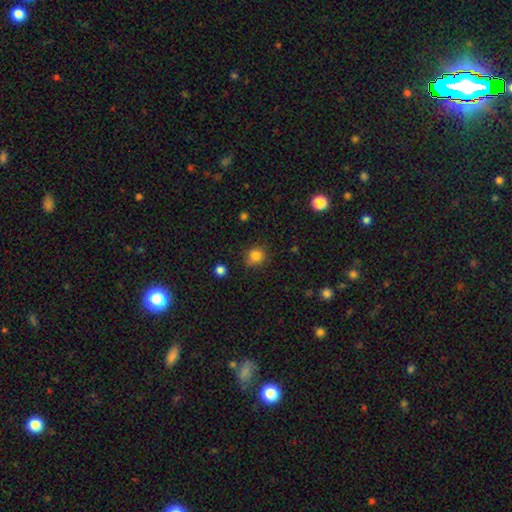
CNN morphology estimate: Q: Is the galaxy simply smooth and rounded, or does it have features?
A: smooth — 83%.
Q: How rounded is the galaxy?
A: round — 88%.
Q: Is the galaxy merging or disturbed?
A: none — 79%.